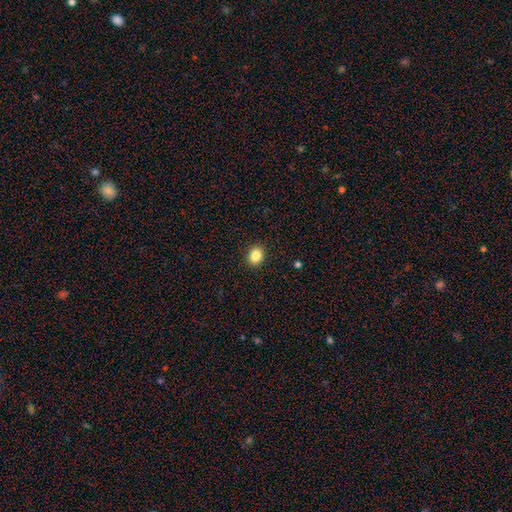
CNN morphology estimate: A smooth galaxy with no disk features (85%) that is round (63%). Merging: none (91%).